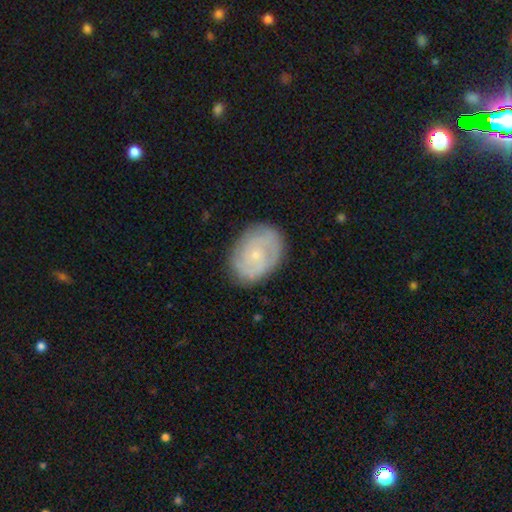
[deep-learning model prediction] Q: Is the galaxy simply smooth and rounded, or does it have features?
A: featured or disk — 65%.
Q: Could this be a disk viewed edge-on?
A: no — 97%.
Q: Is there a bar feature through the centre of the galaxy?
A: no — 76%.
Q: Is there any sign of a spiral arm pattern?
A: yes — 84%.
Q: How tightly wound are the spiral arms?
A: tight — 59%.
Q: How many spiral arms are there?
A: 2 — 39%.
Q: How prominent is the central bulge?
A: small — 77%.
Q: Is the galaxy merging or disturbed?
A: none — 81%.